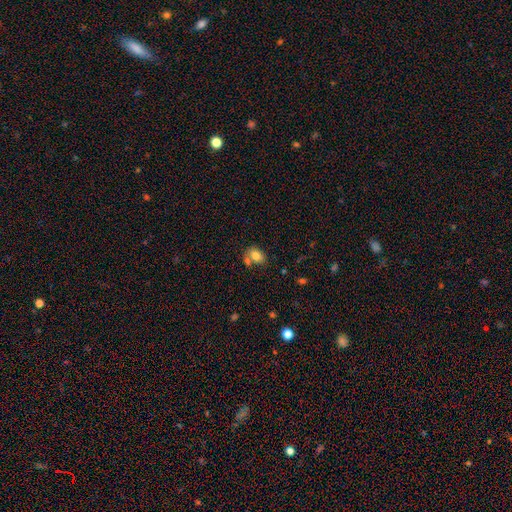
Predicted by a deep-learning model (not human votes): Smooth or featured: smooth — 81% (featured or disk — 10%)
How rounded: in between — 79% (round — 20%)
Merging: none — 53% (merger — 28%)